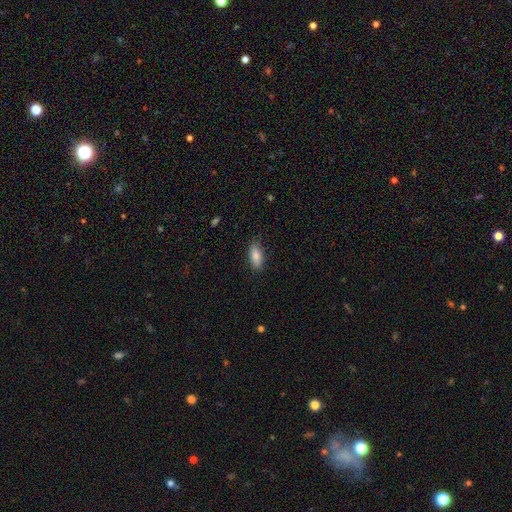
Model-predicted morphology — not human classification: A smooth galaxy with no disk features (83%) that is in between round and cigar-shaped (80%). Merging: none (85%).